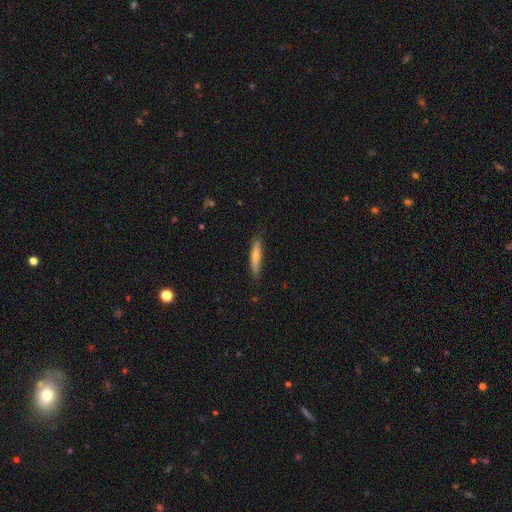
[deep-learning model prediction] This appears to be a smooth galaxy with no disk features (68%) that is cigar-shaped (86%). Merging: none (81%).